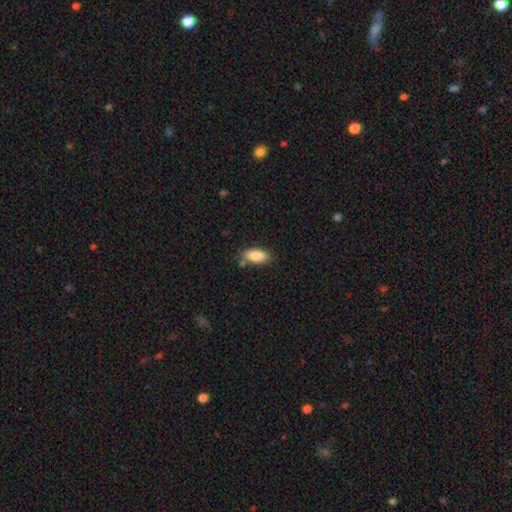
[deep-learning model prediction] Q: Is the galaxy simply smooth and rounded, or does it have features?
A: smooth — 87%.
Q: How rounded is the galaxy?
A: in between — 89%.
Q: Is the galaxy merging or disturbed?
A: none — 73%.